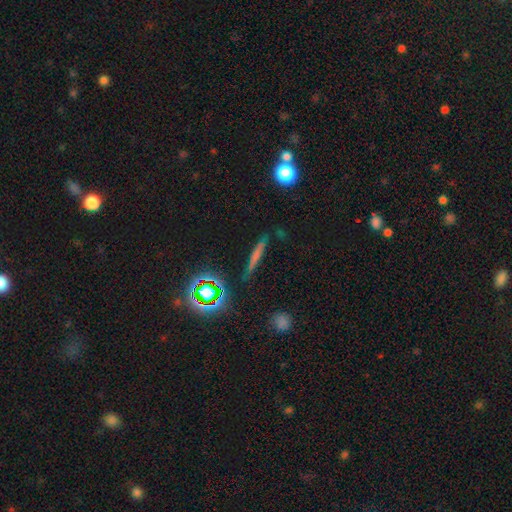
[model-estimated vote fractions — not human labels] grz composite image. It shows a smooth galaxy with no disk features (48%). Merging: none (85%).